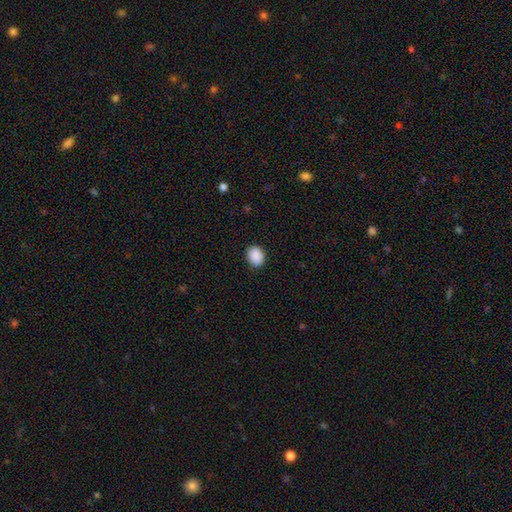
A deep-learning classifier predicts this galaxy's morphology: Q: Smooth or featured?
A: smooth (90%); runner-up: star or artifact (8%)
Q: How rounded?
A: round (51%); runner-up: in between (48%)
Q: Merging?
A: none (87%); runner-up: minor disturbance (9%)